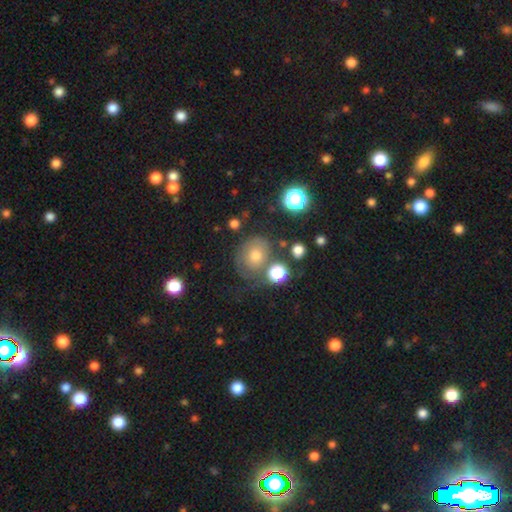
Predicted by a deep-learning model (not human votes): This appears to be a smooth galaxy with no disk features (58%) that is round (70%). Merging: none (60%).